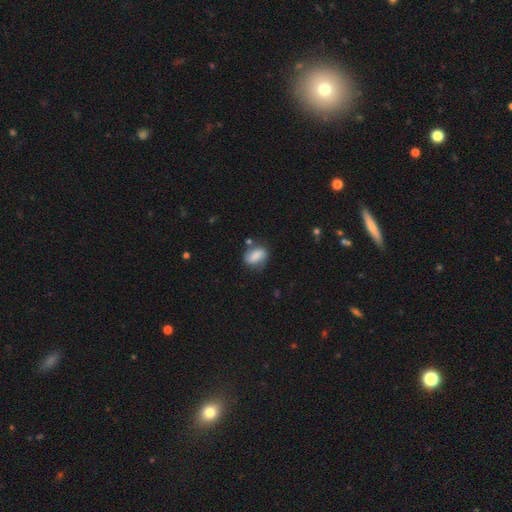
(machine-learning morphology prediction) This appears to be a smooth galaxy with no disk features (70%) that is in between round and cigar-shaped (78%). Merging: none (61%).